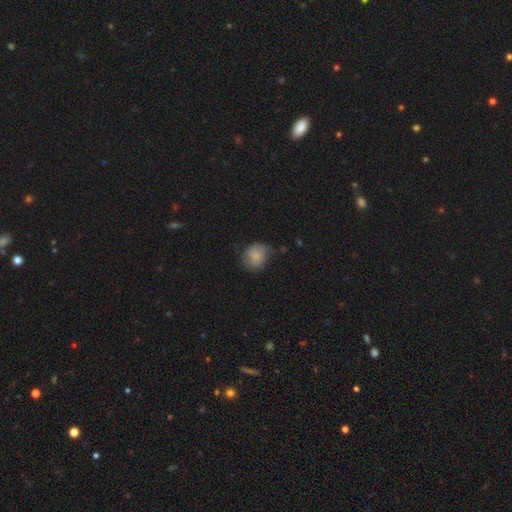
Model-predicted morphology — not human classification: Smooth or featured: smooth — 71% (featured or disk — 21%)
How rounded: round — 65% (in between — 34%)
Merging: none — 52% (minor disturbance — 34%)